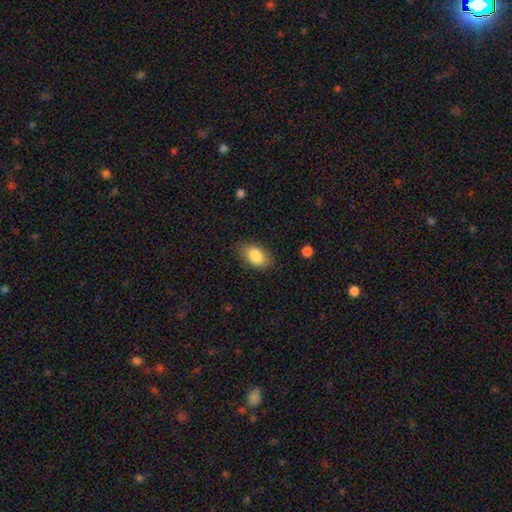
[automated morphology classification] Smooth or featured?
  - smooth: 86% *
  - star or artifact: 7%
  - featured or disk: 7%
How rounded?
  - in between: 90% *
  - round: 8%
  - cigar-shaped: 2%
Merging?
  - none: 82% *
  - minor disturbance: 14%
  - major disturbance: 3%
  - merger: 1%